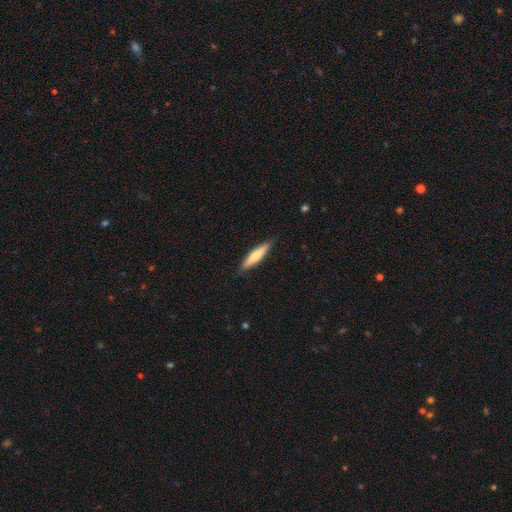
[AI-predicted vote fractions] smooth 60%, featured or disk 35%, star or artifact 5%. Down the decision tree: how rounded — cigar-shaped (82%); merging — none (87%).